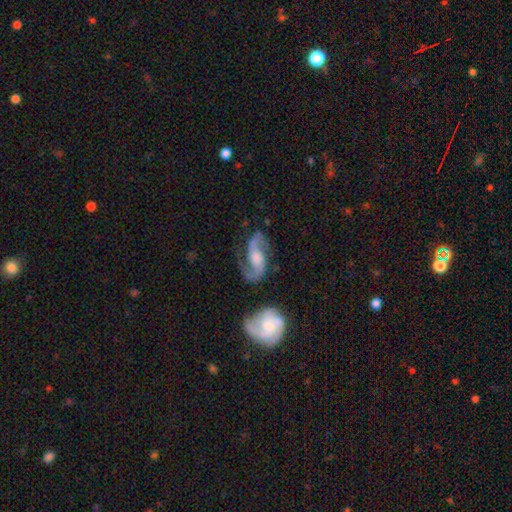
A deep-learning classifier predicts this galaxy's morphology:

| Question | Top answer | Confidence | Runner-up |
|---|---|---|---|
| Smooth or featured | featured or disk | 88% | smooth (7%) |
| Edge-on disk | no | 97% | yes (3%) |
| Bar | no | 45% | weak (43%) |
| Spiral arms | yes | 97% | no (3%) |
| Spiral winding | medium | 53% | loose (34%) |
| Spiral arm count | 2 | 93% | can't tell (2%) |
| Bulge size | moderate | 46% | small (23%) |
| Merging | none | 68% | minor disturbance (17%) |